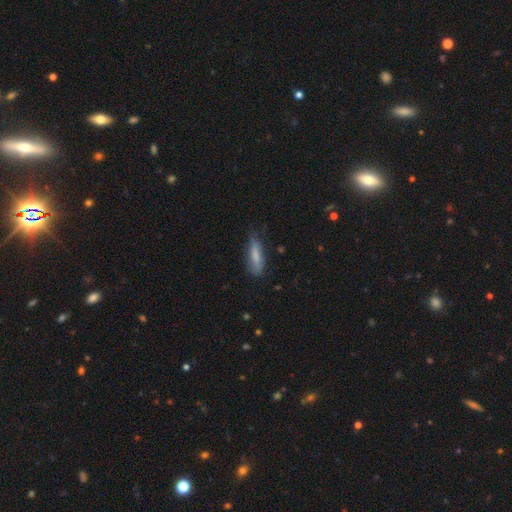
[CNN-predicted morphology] The model was most divided on "how rounded": cigar-shaped: 58%, in between: 40%, round: 2%. More confident: smooth or featured — smooth (74%); merging — none (68%).